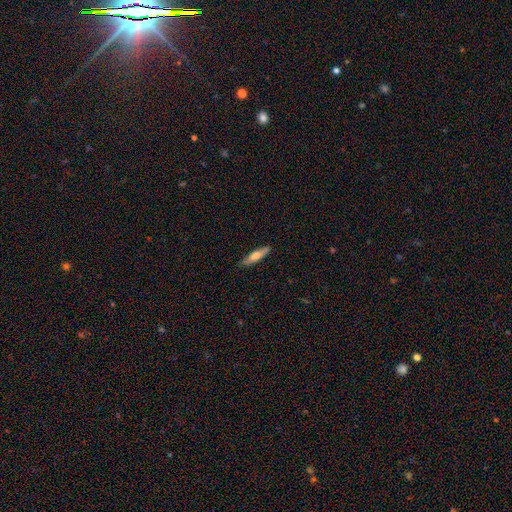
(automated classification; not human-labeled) smooth_or_featured: smooth (p=0.59) [alt: featured or disk p=0.35]
how_rounded: cigar-shaped (p=0.78) [alt: in between p=0.20]
merging: none (p=0.82) [alt: minor disturbance p=0.14]